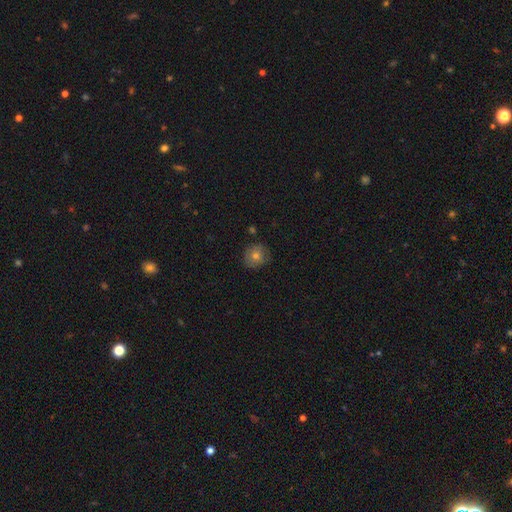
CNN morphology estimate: This appears to be a smooth galaxy with no disk features (73%) that is round (89%). Merging: none (82%).